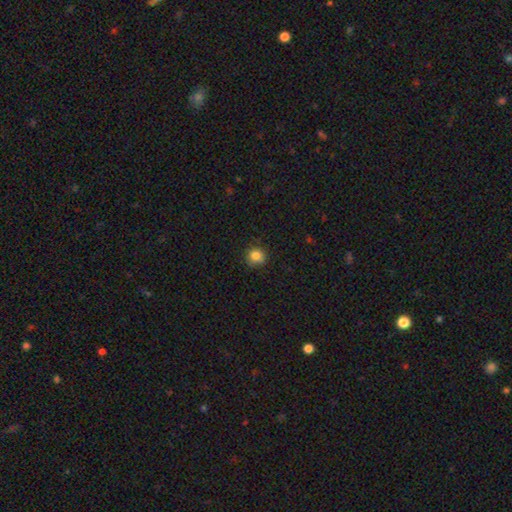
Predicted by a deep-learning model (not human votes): This is clearly a smooth galaxy (84%). How rounded: clearly round (88%). Merging: clearly none (81%).